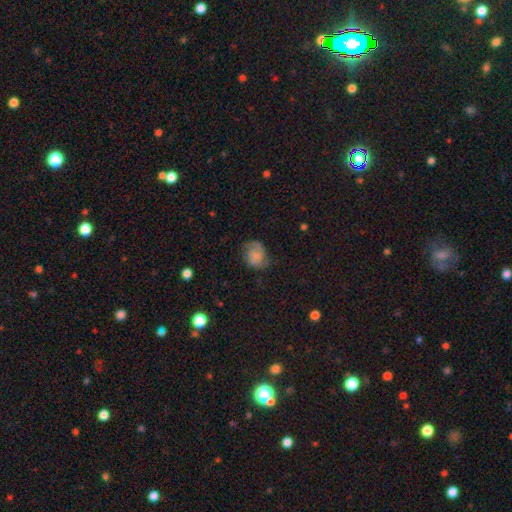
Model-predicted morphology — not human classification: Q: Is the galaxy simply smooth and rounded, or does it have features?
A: featured or disk — 49%.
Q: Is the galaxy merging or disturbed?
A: none — 59%.